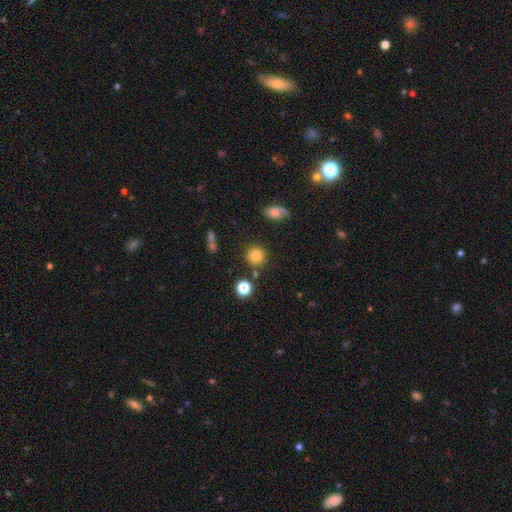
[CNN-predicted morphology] Smooth or featured? smooth (81%)
How rounded? round (92%)
Merging? none (84%)